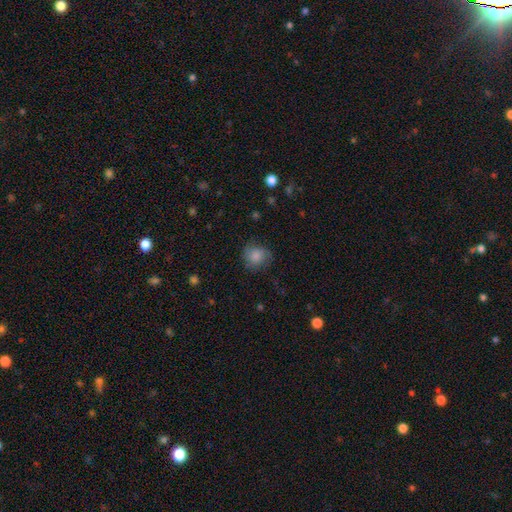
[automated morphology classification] A smooth galaxy with no disk features (77%) that is round (83%).

Vote fractions:
- Smooth or featured? smooth: 77% / featured or disk: 15% / star or artifact: 8%
- How rounded? round: 83% / in between: 16% / cigar-shaped: 1%
- Merging? none: 73% / minor disturbance: 19% / major disturbance: 7% / merger: 1%